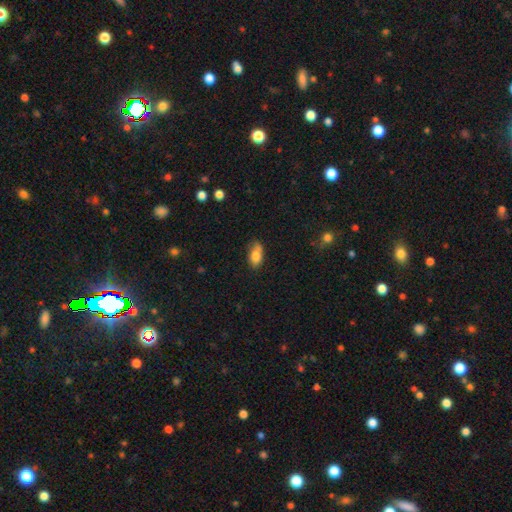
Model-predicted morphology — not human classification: This appears to be a smooth galaxy with no disk features (78%) that is in between round and cigar-shaped (89%). Merging: none (52%).